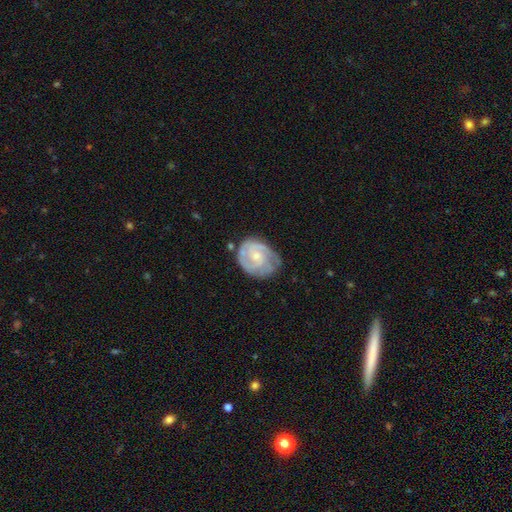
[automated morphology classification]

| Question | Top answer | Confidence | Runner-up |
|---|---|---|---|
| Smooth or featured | featured or disk | 80% | smooth (15%) |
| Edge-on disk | no | 98% | yes (2%) |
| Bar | no | 70% | weak (26%) |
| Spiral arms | yes | 93% | no (7%) |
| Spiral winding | tight | 62% | medium (31%) |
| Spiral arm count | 2 | 34% | 3 (27%) |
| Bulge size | small | 62% | moderate (32%) |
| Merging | none | 63% | minor disturbance (25%) |